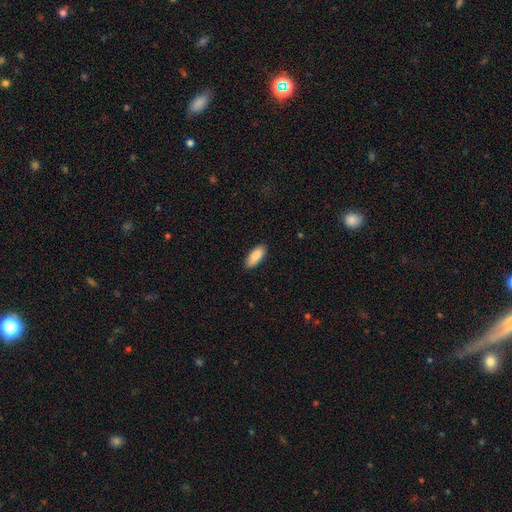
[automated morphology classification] smooth_or_featured: smooth (p=0.89) [alt: star or artifact p=0.06]
how_rounded: in between (p=0.82) [alt: cigar-shaped p=0.17]
merging: none (p=0.87) [alt: minor disturbance p=0.10]